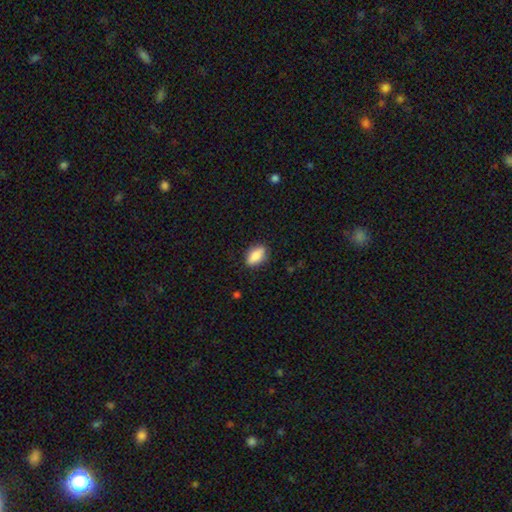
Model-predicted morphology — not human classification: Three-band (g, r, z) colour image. It shows a smooth galaxy with no disk features (80%) that is in between round and cigar-shaped (82%). Merging: none (83%).